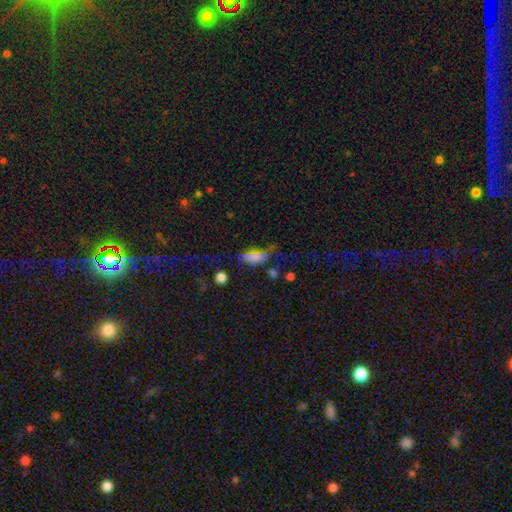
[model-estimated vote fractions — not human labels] This appears to be a smooth galaxy with no disk features (66%) that is in between round and cigar-shaped (70%). Merging: none (52%).